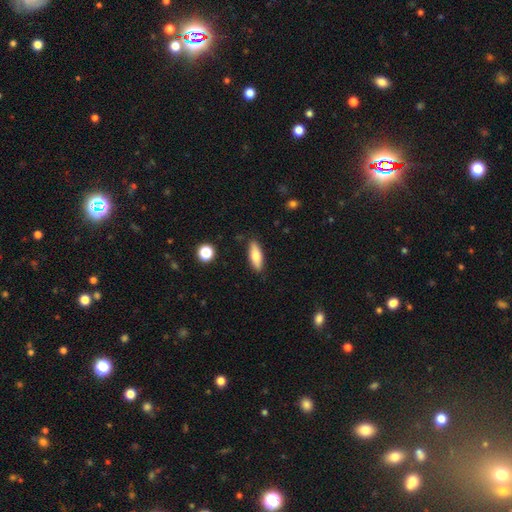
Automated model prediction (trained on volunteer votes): A smooth galaxy with no disk features (75%) that is in between round and cigar-shaped (60%). Merging: none (85%).